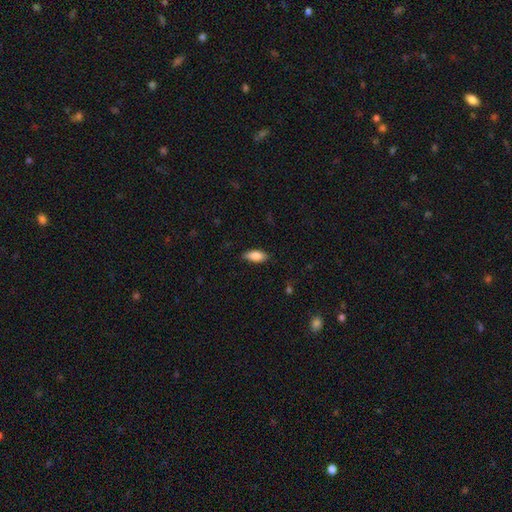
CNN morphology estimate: Q: Smooth or featured?
A: smooth (83%); runner-up: featured or disk (10%)
Q: How rounded?
A: in between (86%); runner-up: cigar-shaped (12%)
Q: Merging?
A: none (83%); runner-up: minor disturbance (13%)